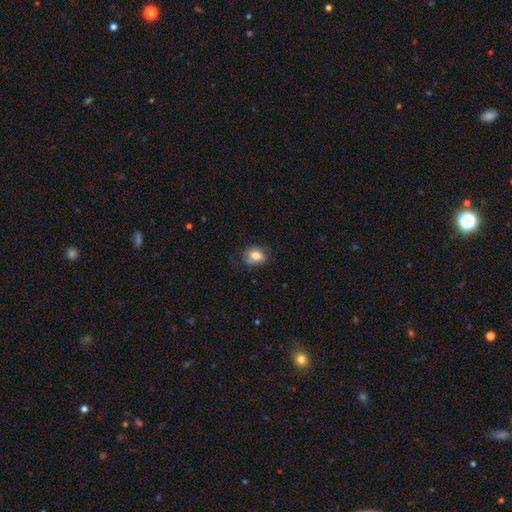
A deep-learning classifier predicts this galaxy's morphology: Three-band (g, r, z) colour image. It shows a smooth galaxy with no disk features (77%) that is in between round and cigar-shaped (51%). Merging: none (68%).